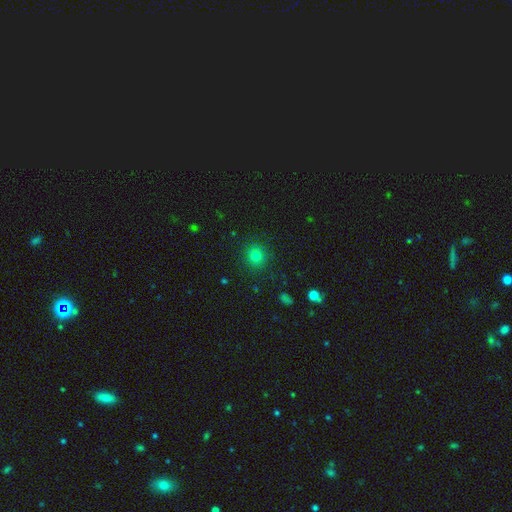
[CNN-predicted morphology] Q: Smooth or featured?
A: smooth (78%); runner-up: star or artifact (16%)
Q: How rounded?
A: round (90%); runner-up: in between (9%)
Q: Merging?
A: none (90%); runner-up: minor disturbance (7%)